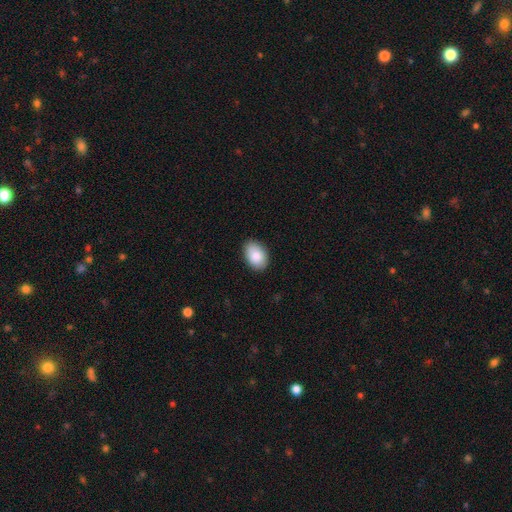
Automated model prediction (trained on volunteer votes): Smooth or featured? smooth (86%)
How rounded? in between (87%)
Merging? none (86%)